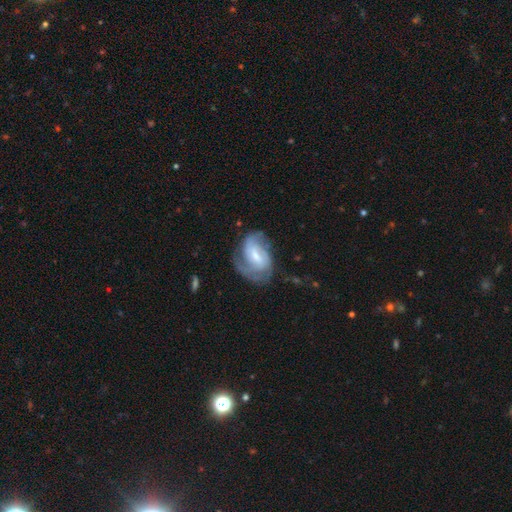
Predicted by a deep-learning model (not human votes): smooth_or_featured: featured or disk (p=0.77) [alt: smooth p=0.17]
disk_edge_on: no (p=0.97) [alt: yes p=0.03]
bar: weak (p=0.57) [alt: strong p=0.23]
has_spiral_arms: yes (p=0.91) [alt: no p=0.09]
spiral_winding: tight (p=0.43) [alt: medium p=0.41]
spiral_arm_count: 2 (p=0.47) [alt: can't tell p=0.25]
bulge_size: moderate (p=0.43) [alt: small p=0.41]
merging: none (p=0.57) [alt: minor disturbance p=0.24]